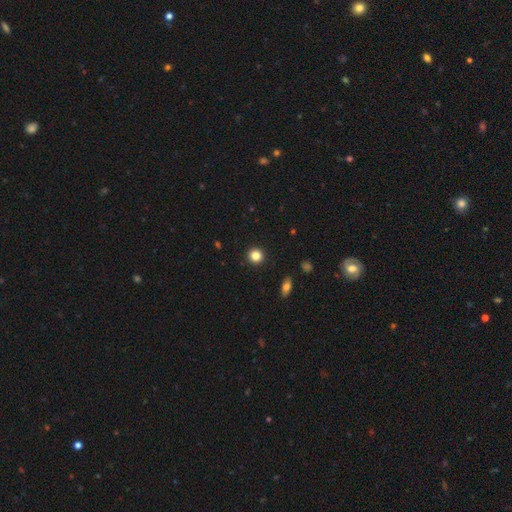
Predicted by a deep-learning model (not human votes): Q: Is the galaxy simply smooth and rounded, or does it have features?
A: smooth — 84%.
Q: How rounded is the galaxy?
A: round — 93%.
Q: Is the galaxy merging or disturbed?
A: none — 93%.